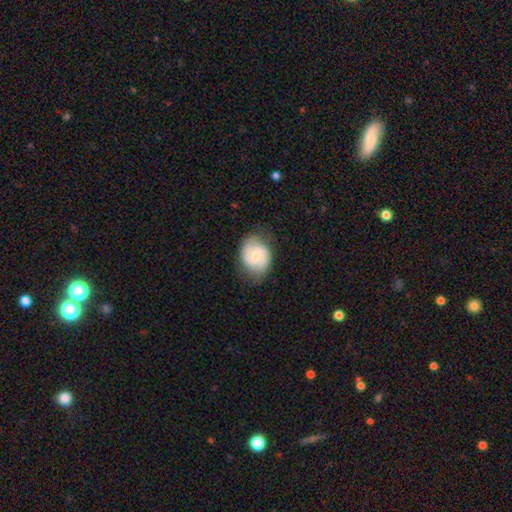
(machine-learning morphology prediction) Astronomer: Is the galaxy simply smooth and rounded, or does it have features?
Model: featured or disk — 70%.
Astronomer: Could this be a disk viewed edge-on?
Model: no — 98%.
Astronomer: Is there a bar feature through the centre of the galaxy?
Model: weak — 53% (runner-up: no, 36%).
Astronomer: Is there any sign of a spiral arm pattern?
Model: yes — 91%.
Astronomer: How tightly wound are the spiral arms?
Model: medium — 49% (runner-up: tight, 32%).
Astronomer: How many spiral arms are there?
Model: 2 — 86%.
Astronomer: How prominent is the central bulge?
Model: small — 55% (runner-up: moderate, 40%).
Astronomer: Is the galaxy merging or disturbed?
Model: none — 75%.